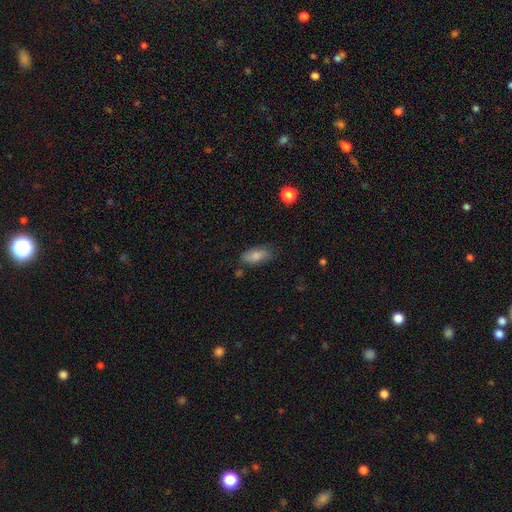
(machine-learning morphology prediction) smooth 77%, featured or disk 16%, star or artifact 7%. Down the decision tree: how rounded — in between (86%); merging — none (75%).